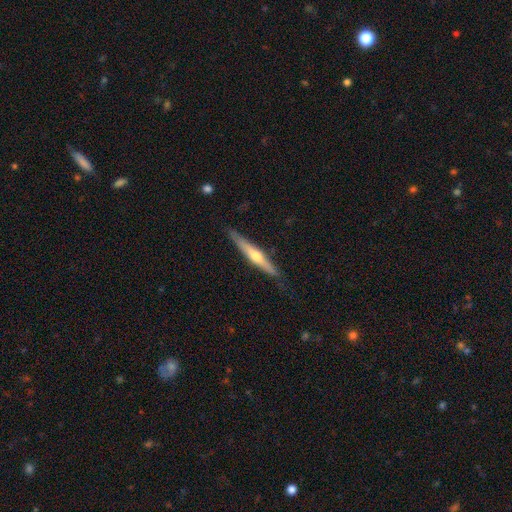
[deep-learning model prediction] featured or disk 64%, smooth 31%, star or artifact 5%. Down the decision tree: edge-on disk — yes (97%); edge-on bulge — rounded (86%); merging — none (85%).